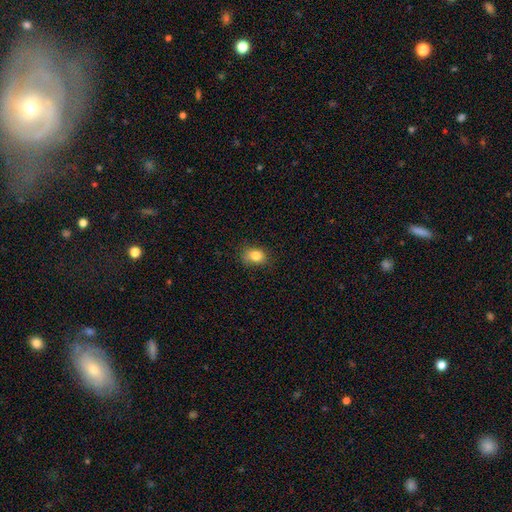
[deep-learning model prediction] Smooth or featured?
  - smooth: 83% *
  - star or artifact: 10%
  - featured or disk: 7%
How rounded?
  - in between: 60% *
  - round: 39%
  - cigar-shaped: 1%
Merging?
  - none: 72% *
  - minor disturbance: 22%
  - major disturbance: 5%
  - merger: 1%